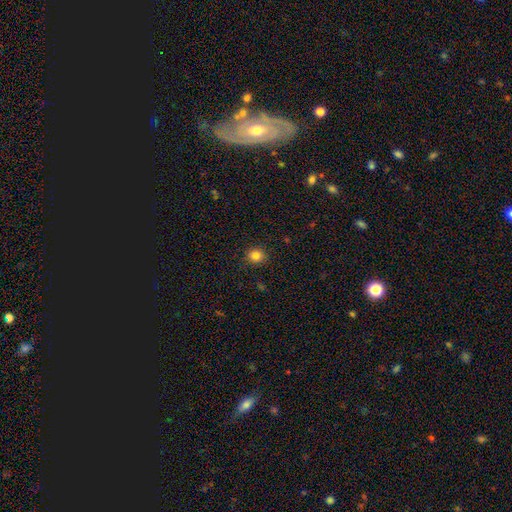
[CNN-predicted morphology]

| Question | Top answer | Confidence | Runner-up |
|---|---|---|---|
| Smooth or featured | smooth | 83% | star or artifact (12%) |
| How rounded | round | 83% | in between (16%) |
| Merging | none | 91% | minor disturbance (6%) |